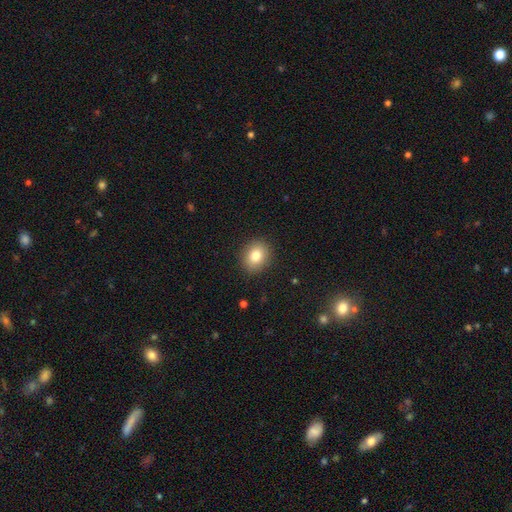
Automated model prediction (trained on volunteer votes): The model was most divided on "how rounded": round: 59%, in between: 40%, cigar-shaped: 1%. More confident: merging — none (89%); smooth or featured — smooth (82%).